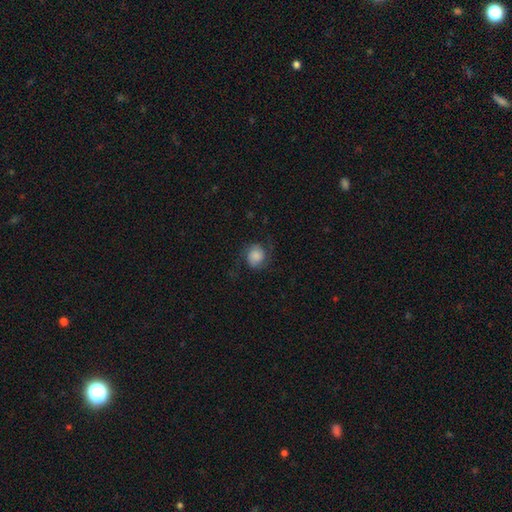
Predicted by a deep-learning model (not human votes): smooth-or-featured: smooth: 53% | featured or disk: 37% | star or artifact: 10%
  how-rounded: round: 79% | in between: 20% | cigar-shaped: 1%
  merging: none: 71% | minor disturbance: 17% | major disturbance: 11% | merger: 1%